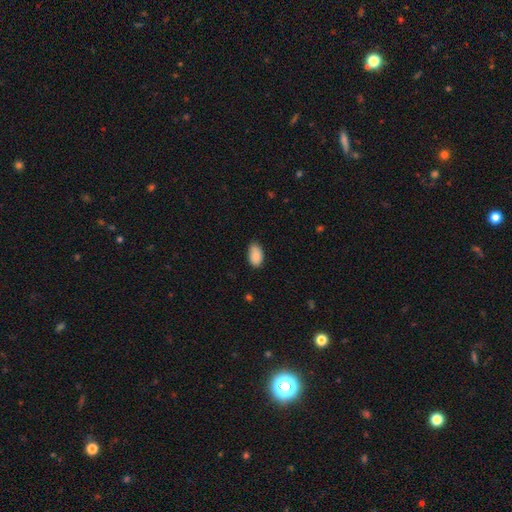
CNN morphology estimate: Smooth or featured?
  - smooth: 89% *
  - star or artifact: 7%
  - featured or disk: 5%
How rounded?
  - in between: 93% *
  - round: 6%
  - cigar-shaped: 2%
Merging?
  - none: 76% *
  - minor disturbance: 20%
  - major disturbance: 3%
  - merger: 1%